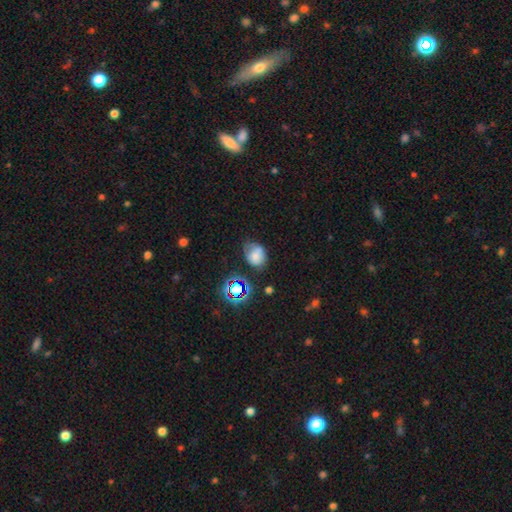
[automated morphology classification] This appears to be a smooth galaxy with no disk features (65%) that is in between round and cigar-shaped (63%). Merging: none (51%).